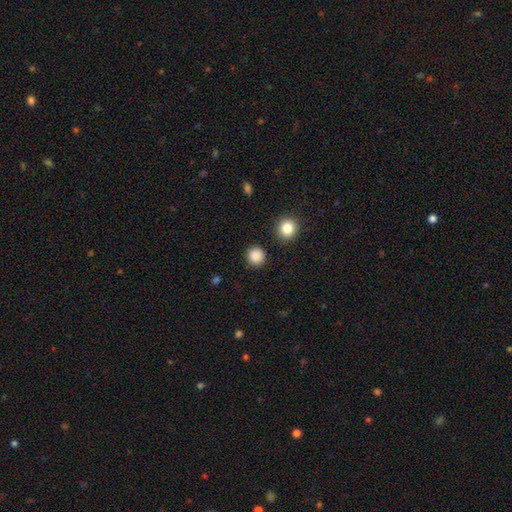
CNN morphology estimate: smooth_or_featured: smooth (p=0.87) [alt: star or artifact p=0.10]
how_rounded: round (p=0.91) [alt: in between p=0.08]
merging: none (p=0.90) [alt: minor disturbance p=0.06]